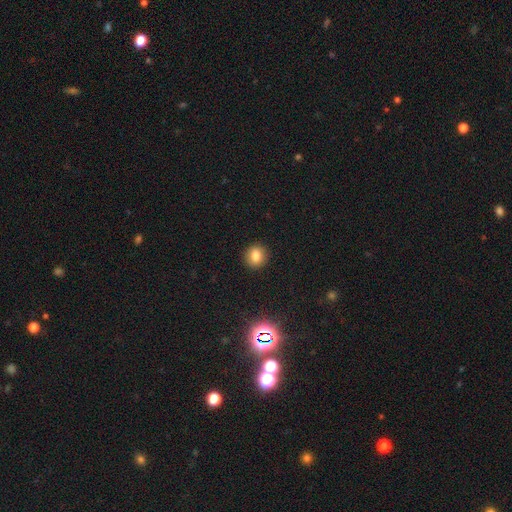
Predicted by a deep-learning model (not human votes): A smooth galaxy with no disk features (81%) that is round (77%). Merging: none (91%).